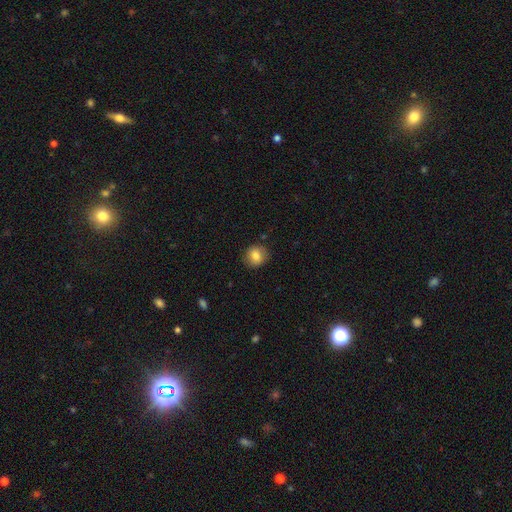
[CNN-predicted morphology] smooth 81%, featured or disk 10%, star or artifact 9%. Down the decision tree: how rounded — round (81%); merging — none (85%).